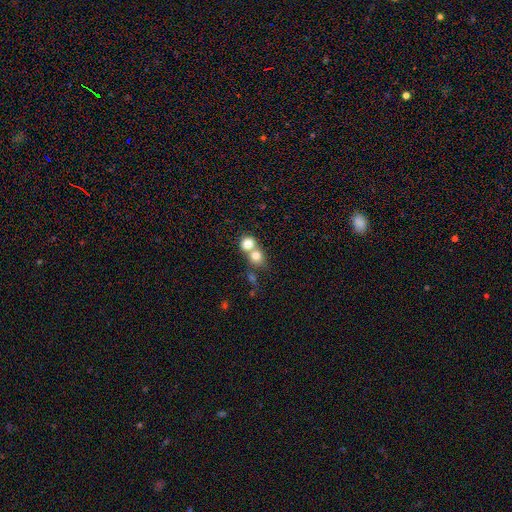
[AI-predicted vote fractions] Smooth or featured? smooth (77%)
How rounded? round (76%)
Merging? merger (63%)